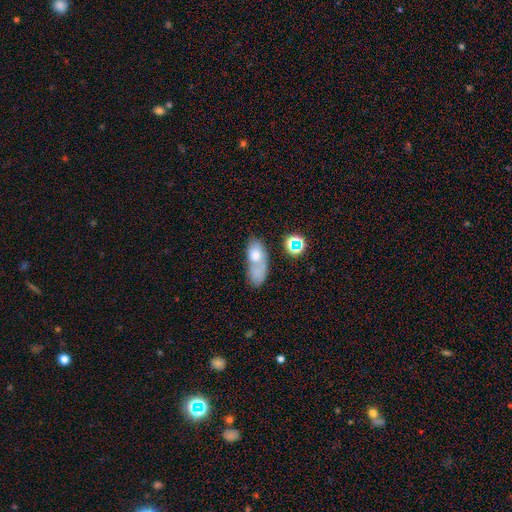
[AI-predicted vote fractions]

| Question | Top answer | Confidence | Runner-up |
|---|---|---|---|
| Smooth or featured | smooth | 63% | featured or disk (24%) |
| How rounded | in between | 75% | round (13%) |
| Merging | merger | 43% | none (27%) |